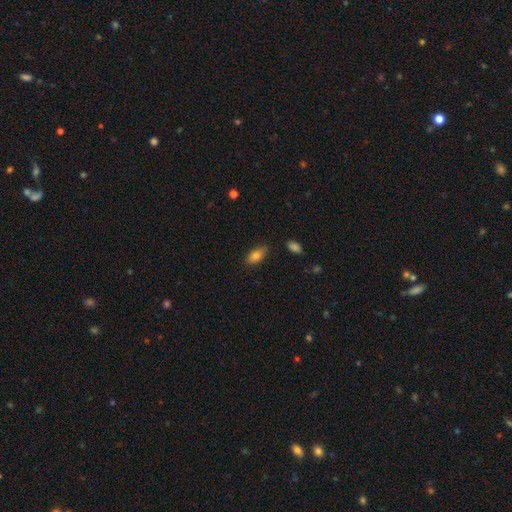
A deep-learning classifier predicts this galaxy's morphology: Smooth or featured: smooth — 83% (featured or disk — 9%)
How rounded: in between — 89% (cigar-shaped — 7%)
Merging: none — 79% (minor disturbance — 16%)